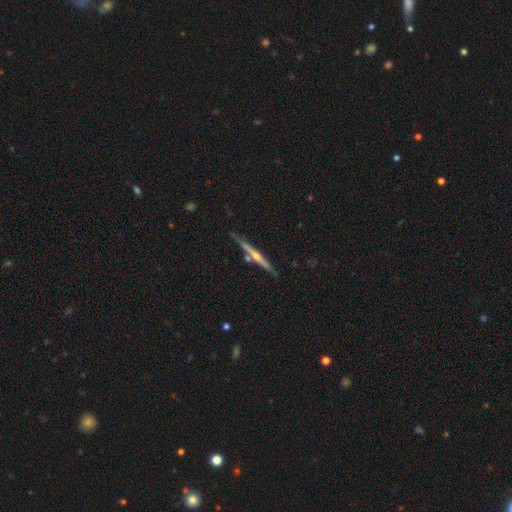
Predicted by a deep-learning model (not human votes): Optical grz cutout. It shows a featured or disk galaxy (73%) viewed edge-on (97%) with a rounded central bulge (71%). Merging: none (79%).